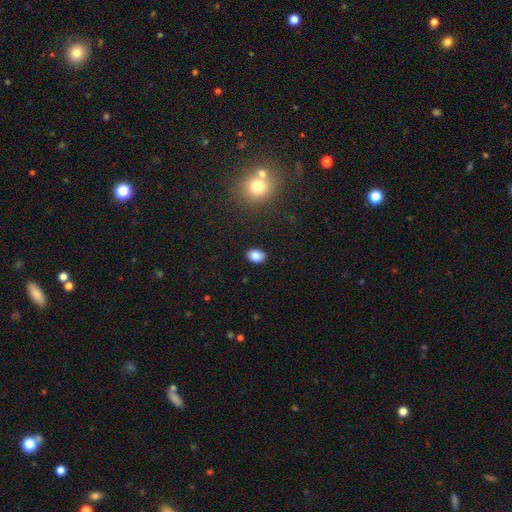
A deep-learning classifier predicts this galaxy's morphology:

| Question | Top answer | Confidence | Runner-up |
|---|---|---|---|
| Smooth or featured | smooth | 86% | star or artifact (9%) |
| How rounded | in between | 75% | round (23%) |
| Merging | none | 88% | minor disturbance (9%) |